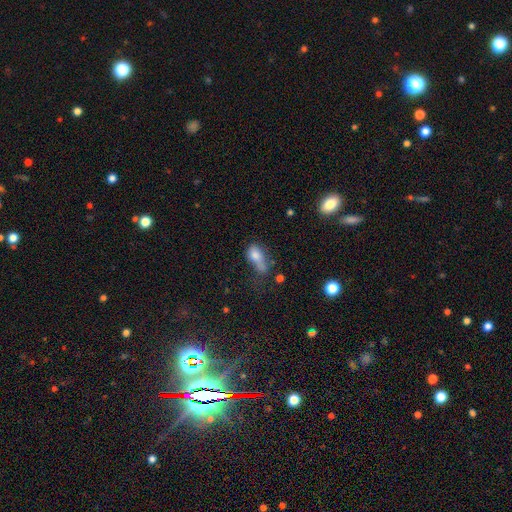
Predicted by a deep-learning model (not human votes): Smooth or featured: smooth — 73% (featured or disk — 16%)
How rounded: in between — 79% (round — 13%)
Merging: major disturbance — 33% (minor disturbance — 27%)